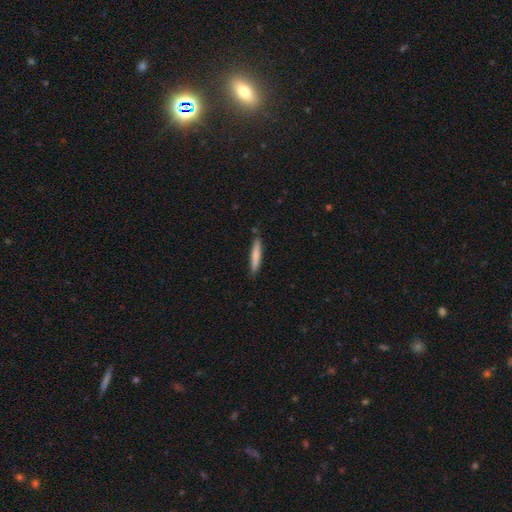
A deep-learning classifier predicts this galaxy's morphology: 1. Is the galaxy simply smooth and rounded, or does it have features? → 78% smooth, 17% featured or disk, 6% star or artifact.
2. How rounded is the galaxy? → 93% cigar-shaped, 6% in between, 1% round.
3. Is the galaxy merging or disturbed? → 86% none, 11% minor disturbance, 2% merger, 2% major disturbance.